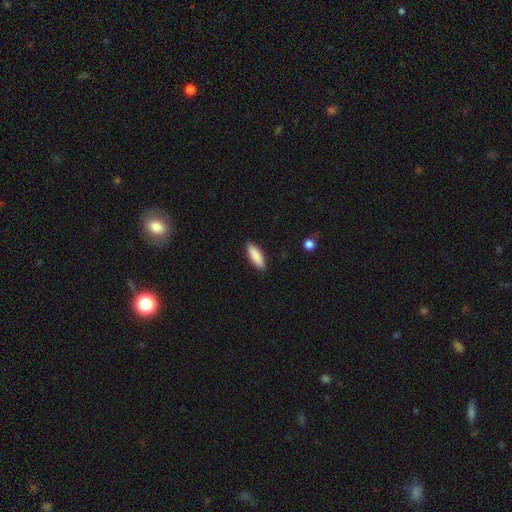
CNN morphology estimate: smooth_or_featured: smooth (p=0.87) [alt: featured or disk p=0.07]
how_rounded: in between (p=0.54) [alt: cigar-shaped p=0.44]
merging: none (p=0.89) [alt: minor disturbance p=0.08]